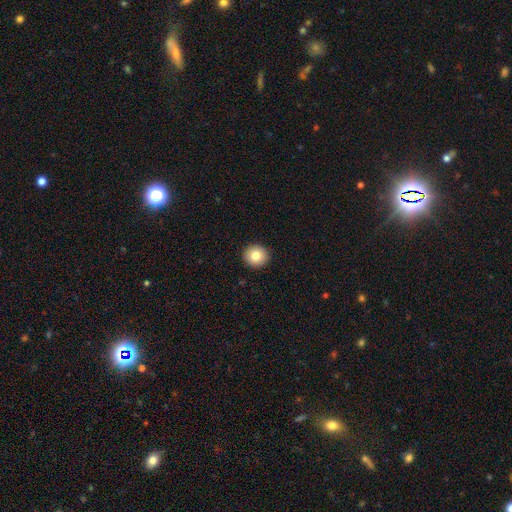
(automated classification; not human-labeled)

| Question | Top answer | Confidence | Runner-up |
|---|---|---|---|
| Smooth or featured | smooth | 81% | featured or disk (10%) |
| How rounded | round | 91% | in between (8%) |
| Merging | none | 93% | minor disturbance (5%) |